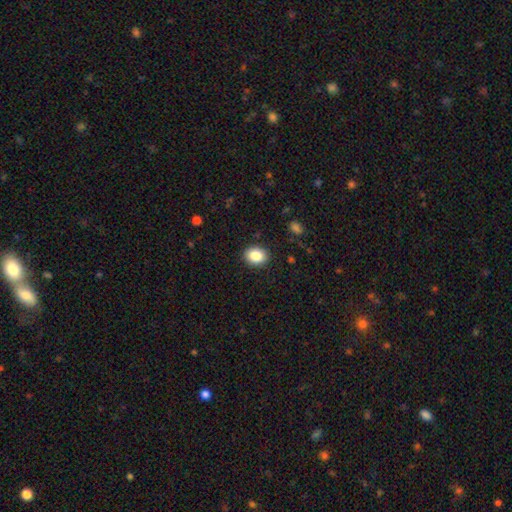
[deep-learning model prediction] This appears to be a smooth galaxy with no disk features (86%) that is in between round and cigar-shaped (50%). Merging: none (90%).